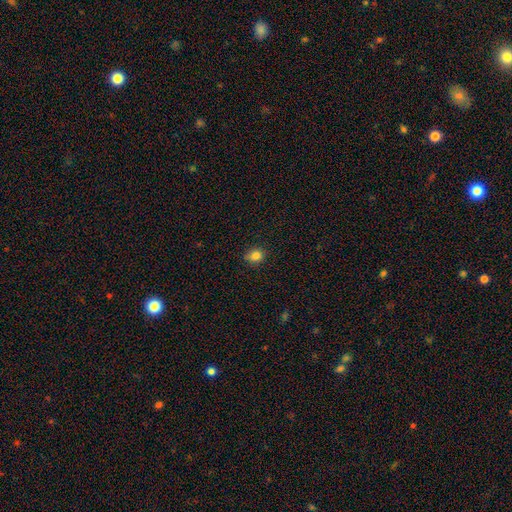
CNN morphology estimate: Smooth or featured? smooth (84%)
How rounded? round (64%)
Merging? none (82%)